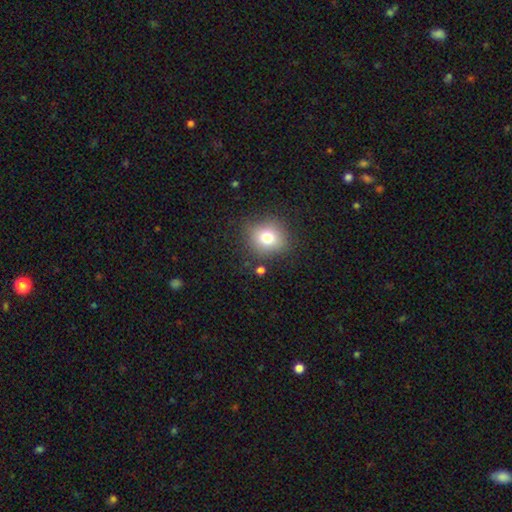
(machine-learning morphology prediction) Smooth or featured: smooth — 72% (star or artifact — 20%)
How rounded: round — 84% (in between — 15%)
Merging: none — 88% (minor disturbance — 8%)